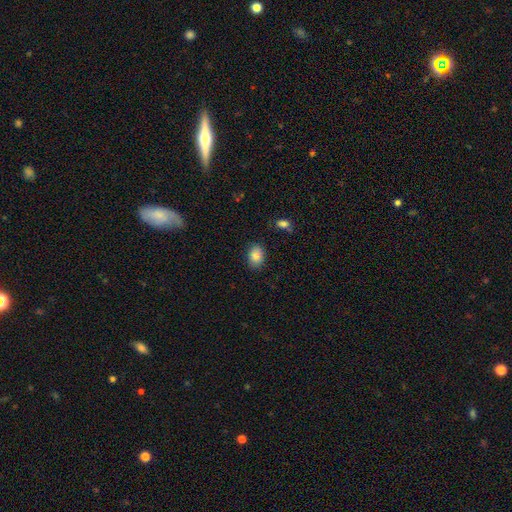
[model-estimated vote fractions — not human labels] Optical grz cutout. It shows a smooth galaxy with no disk features (84%) that is in between round and cigar-shaped (66%). Merging: none (84%).